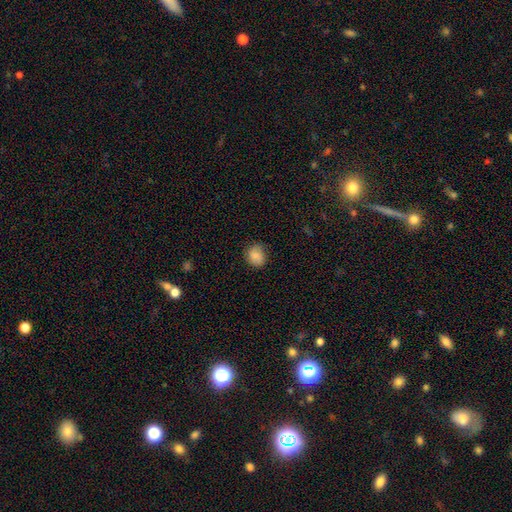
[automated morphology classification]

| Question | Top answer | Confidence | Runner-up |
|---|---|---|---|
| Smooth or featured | smooth | 86% | star or artifact (8%) |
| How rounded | round | 71% | in between (28%) |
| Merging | none | 77% | minor disturbance (18%) |